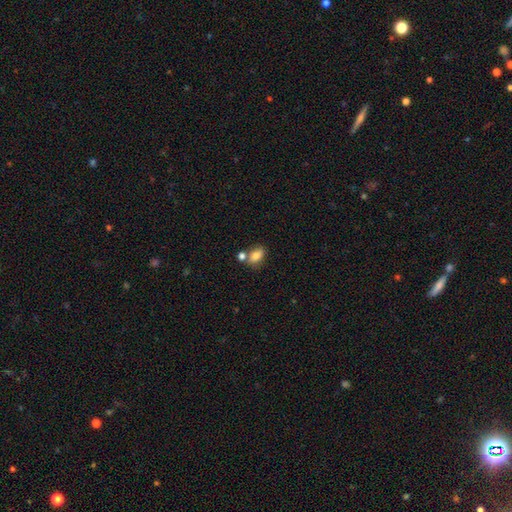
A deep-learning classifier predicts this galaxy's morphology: Smooth or featured: smooth — 82% (star or artifact — 9%)
How rounded: in between — 83% (round — 15%)
Merging: none — 59% (merger — 24%)